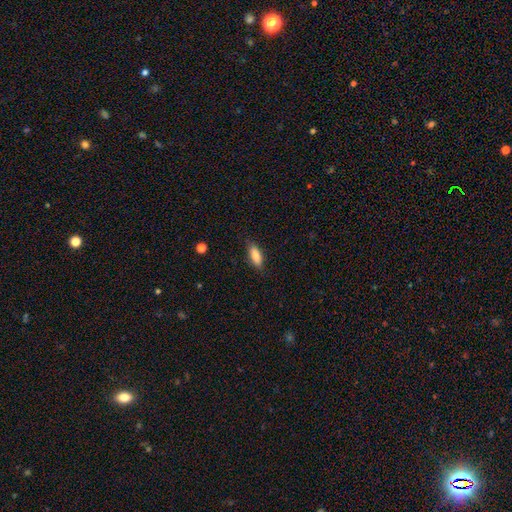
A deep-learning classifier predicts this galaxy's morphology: smooth_or_featured: smooth (p=0.83) [alt: featured or disk p=0.10]
how_rounded: in between (p=0.68) [alt: cigar-shaped p=0.30]
merging: none (p=0.83) [alt: minor disturbance p=0.13]